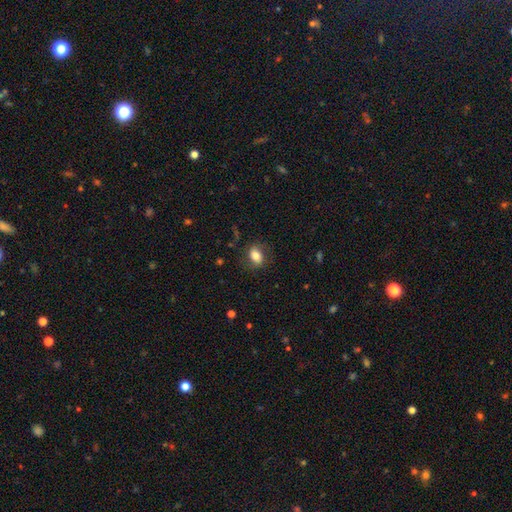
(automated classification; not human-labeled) Q: Smooth or featured?
A: smooth (74%); runner-up: featured or disk (17%)
Q: How rounded?
A: in between (74%); runner-up: round (24%)
Q: Merging?
A: none (74%); runner-up: minor disturbance (17%)